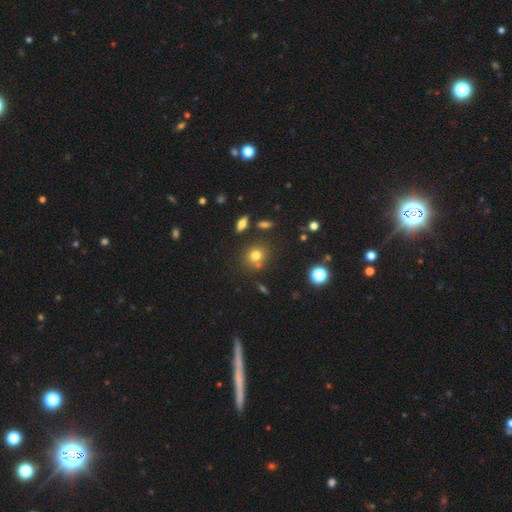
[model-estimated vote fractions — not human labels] This appears to be a smooth galaxy with no disk features (72%) that is round (79%). Merging: none (73%).